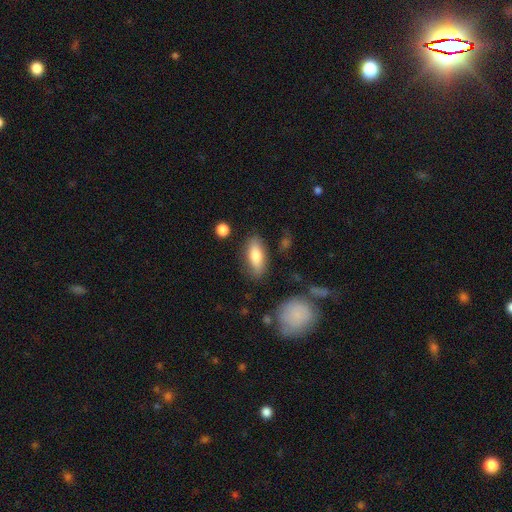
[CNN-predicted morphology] Smooth or featured? smooth (76%)
How rounded? in between (74%)
Merging? none (79%)